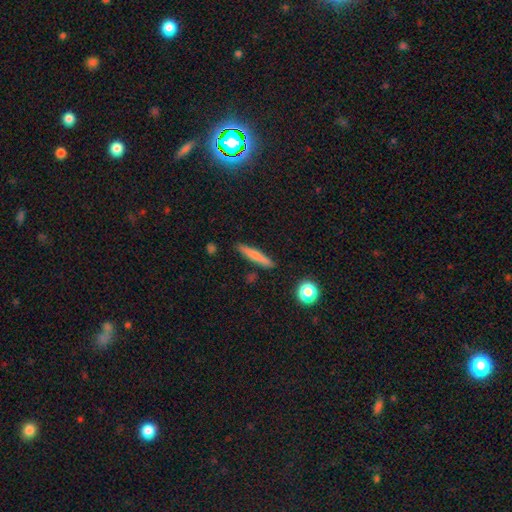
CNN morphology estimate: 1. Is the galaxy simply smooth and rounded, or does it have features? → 70% smooth, 22% featured or disk, 7% star or artifact.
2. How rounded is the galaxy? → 92% cigar-shaped, 6% in between, 2% round.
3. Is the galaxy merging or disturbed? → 88% none, 8% minor disturbance, 2% merger, 2% major disturbance.